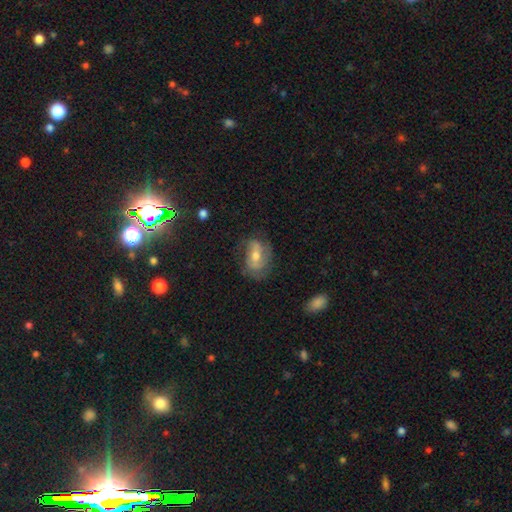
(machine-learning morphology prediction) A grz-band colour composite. It shows a featured or disk galaxy (58%) with a weak bar (39%, tied with no), spiral arms (75%) and a moderate central bulge (62%). Merging: none (61%).